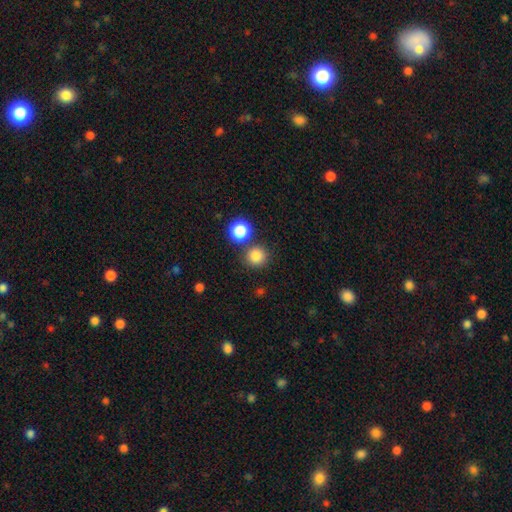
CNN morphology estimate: smooth_or_featured: smooth (p=0.83) [alt: star or artifact p=0.12]
how_rounded: round (p=0.93) [alt: in between p=0.06]
merging: none (p=0.79) [alt: merger p=0.12]